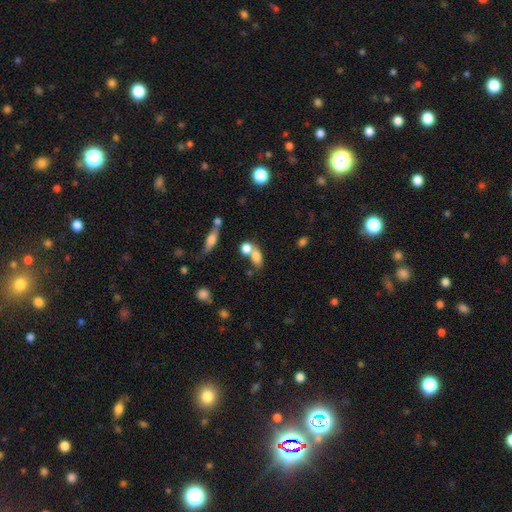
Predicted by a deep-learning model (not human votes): A smooth galaxy with no disk features (75%) that is in between round and cigar-shaped (73%).

Vote fractions:
- Smooth or featured? smooth: 75% / featured or disk: 14% / star or artifact: 11%
- How rounded? in between: 73% / round: 21% / cigar-shaped: 6%
- Merging? merger: 47% / none: 37% / minor disturbance: 10% / major disturbance: 6%